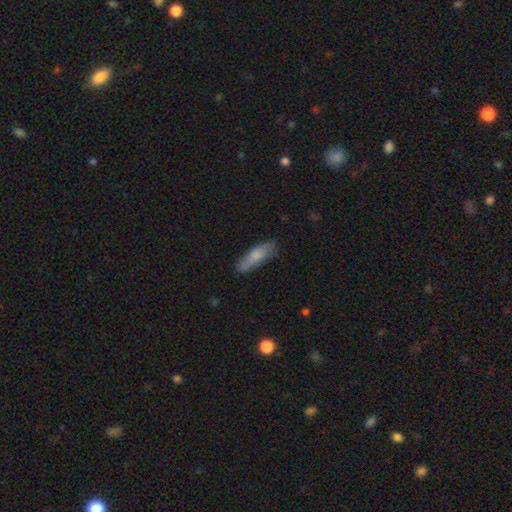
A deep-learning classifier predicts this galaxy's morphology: A smooth galaxy with no disk features (74%) that is cigar-shaped (63%). Merging: none (75%).